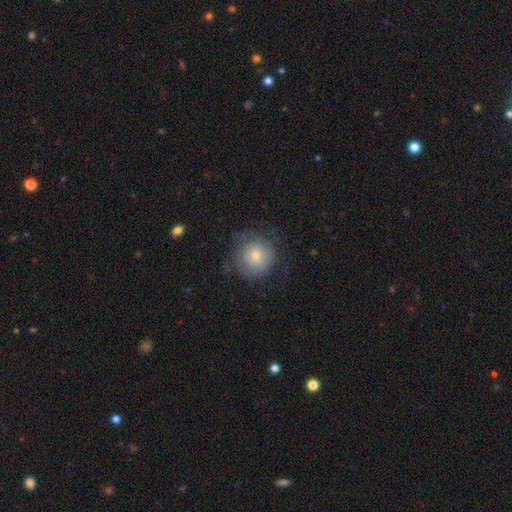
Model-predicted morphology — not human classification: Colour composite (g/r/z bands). It shows a smooth galaxy with no disk features (61%) that is round (90%). Merging: none (66%).